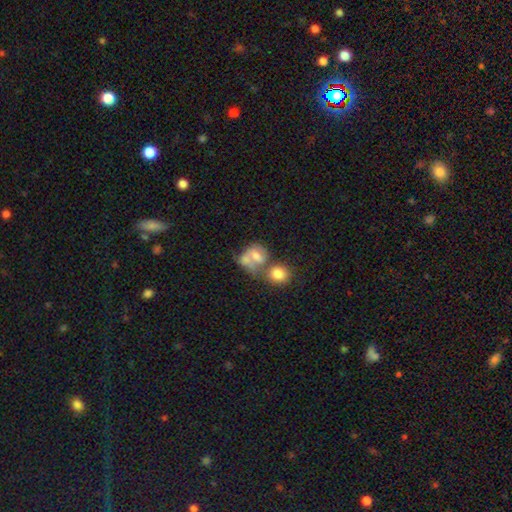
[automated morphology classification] Smooth or featured? Predicted: smooth (p=0.54). How rounded? Predicted: round (p=0.59). Merging? Predicted: merger (p=0.57).